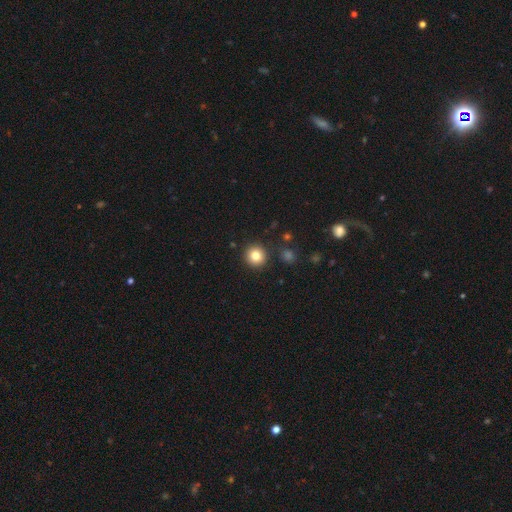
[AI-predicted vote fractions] Smooth or featured: smooth — 82% (star or artifact — 11%)
How rounded: round — 94% (in between — 5%)
Merging: none — 90% (minor disturbance — 6%)